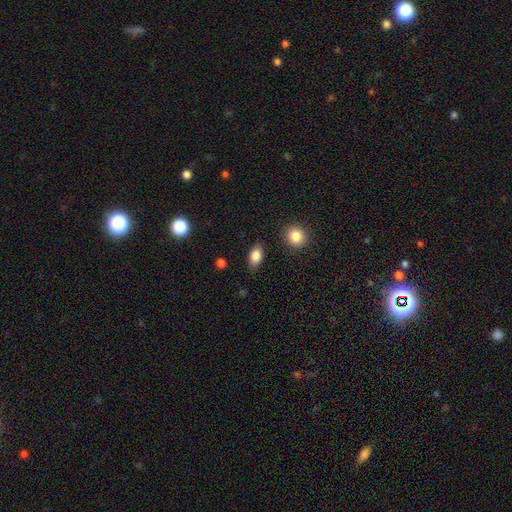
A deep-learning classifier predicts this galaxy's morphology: Overall: smooth (82%). How rounded: in between (86%). Merging: none (84%).